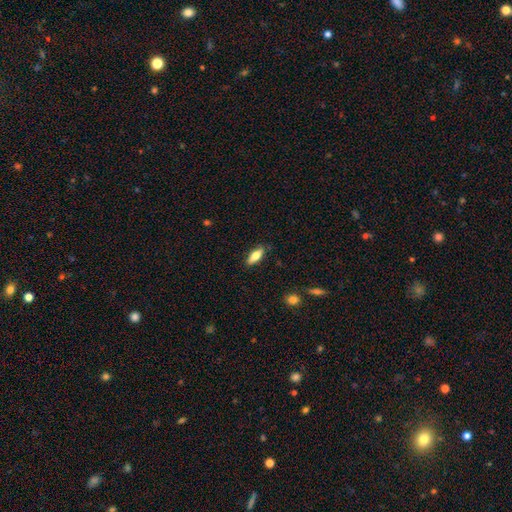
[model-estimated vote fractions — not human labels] Smooth or featured? Predicted: smooth (p=0.69). How rounded? Predicted: in between (p=0.68). Merging? Predicted: none (p=0.87).